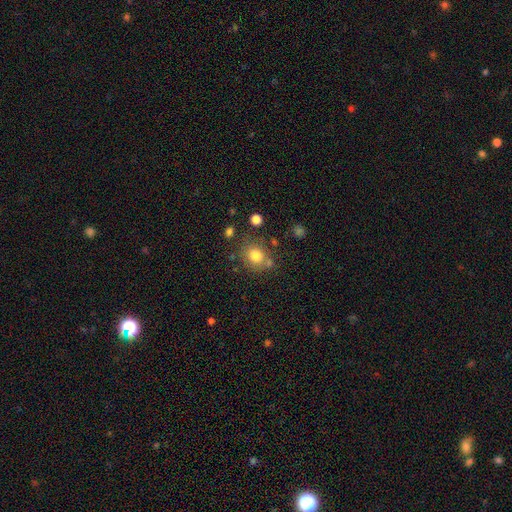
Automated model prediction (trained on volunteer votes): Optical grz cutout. It shows a smooth galaxy with no disk features (79%) that is round (73%). Merging: none (69%).